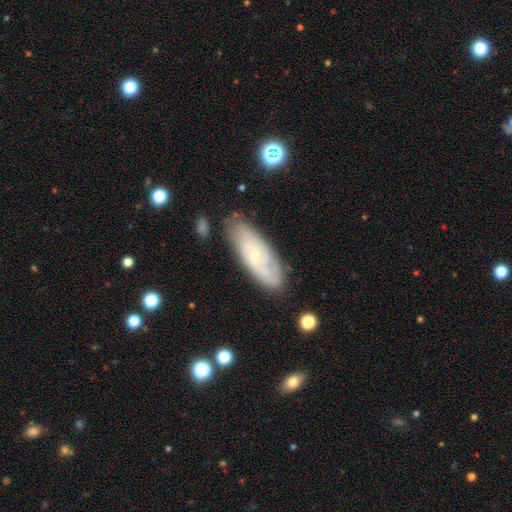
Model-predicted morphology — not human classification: Smooth or featured?
  - featured or disk: 63% *
  - smooth: 30%
  - star or artifact: 7%
Edge-on disk?
  - no: 85% *
  - yes: 15%
Bar?
  - no: 64% *
  - weak: 31%
  - strong: 6%
Spiral arms?
  - yes: 83% *
  - no: 17%
Bulge size?
  - small: 73% *
  - moderate: 22%
  - none: 3%
  - large: 1%
  - dominant: 1%
Merging?
  - none: 77% *
  - minor disturbance: 17%
  - major disturbance: 4%
  - merger: 2%